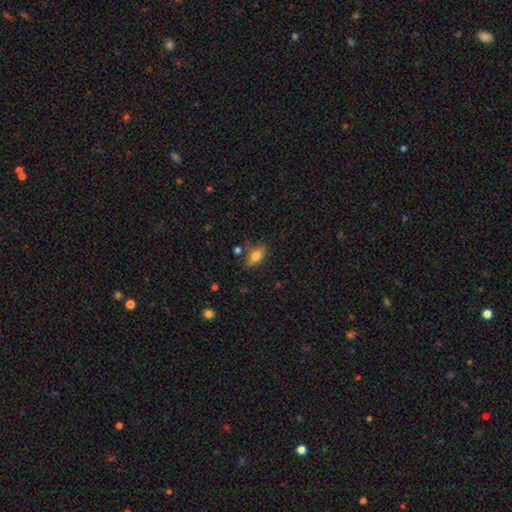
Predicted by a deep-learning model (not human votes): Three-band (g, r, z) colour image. It shows a smooth galaxy with no disk features (71%) that is in between round and cigar-shaped (81%). Merging: none (72%).